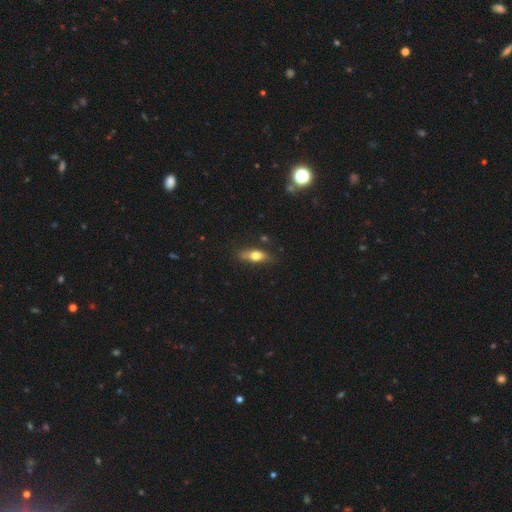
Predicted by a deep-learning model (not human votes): smooth 63%, featured or disk 30%, star or artifact 7%. Down the decision tree: how rounded — in between (60%); merging — none (79%).